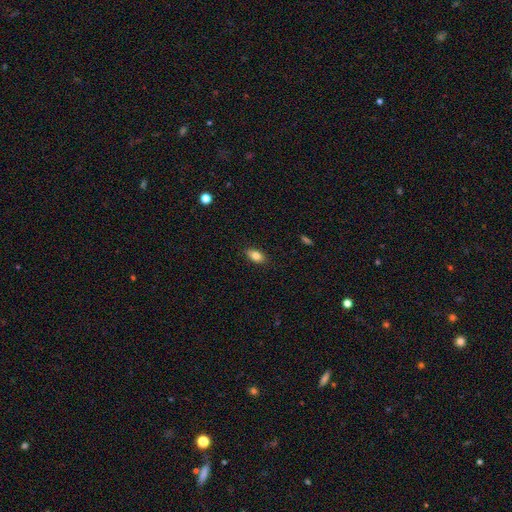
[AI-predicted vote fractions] Q: Smooth or featured?
A: smooth (84%); runner-up: star or artifact (8%)
Q: How rounded?
A: in between (89%); runner-up: round (6%)
Q: Merging?
A: none (88%); runner-up: minor disturbance (9%)